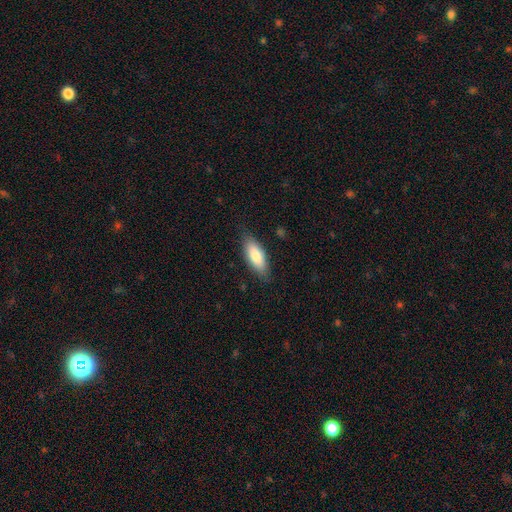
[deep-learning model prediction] Smooth or featured? smooth (80%)
How rounded? in between (74%)
Merging? none (81%)